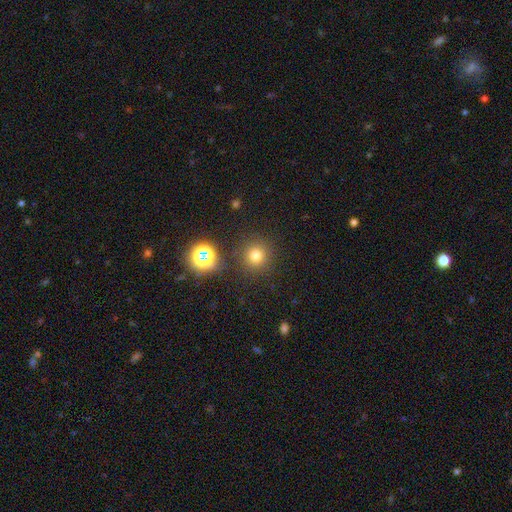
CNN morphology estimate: Smooth or featured? smooth (73%)
How rounded? round (94%)
Merging? none (87%)